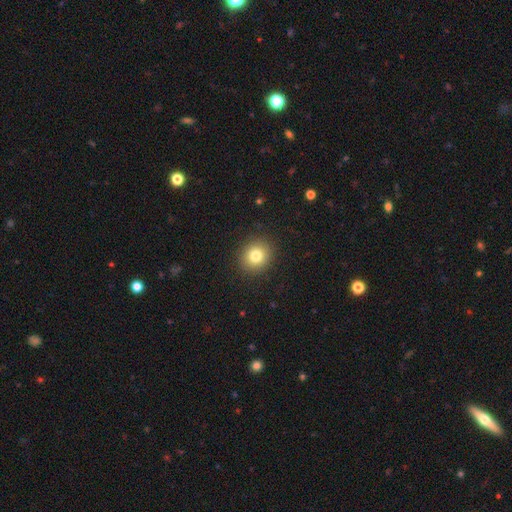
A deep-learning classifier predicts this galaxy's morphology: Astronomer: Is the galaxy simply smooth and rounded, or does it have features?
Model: smooth — 81%.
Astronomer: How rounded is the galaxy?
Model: round — 82%.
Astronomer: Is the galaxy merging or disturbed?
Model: none — 91%.